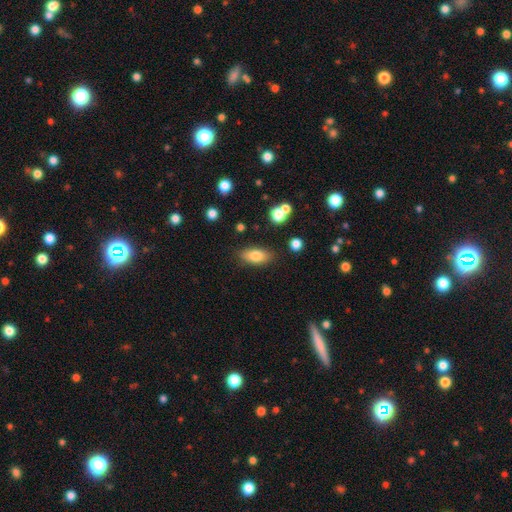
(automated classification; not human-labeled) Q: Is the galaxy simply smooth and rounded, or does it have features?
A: smooth — 79%.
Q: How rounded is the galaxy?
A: in between — 83%.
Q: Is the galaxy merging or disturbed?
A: none — 82%.